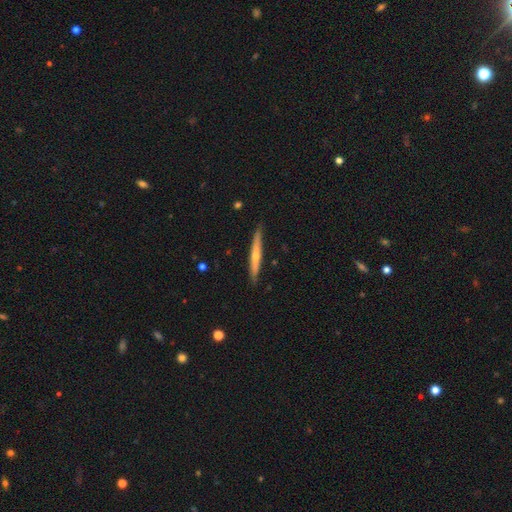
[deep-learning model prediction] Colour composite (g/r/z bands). It shows a featured or disk galaxy (48%). Merging: none (86%).